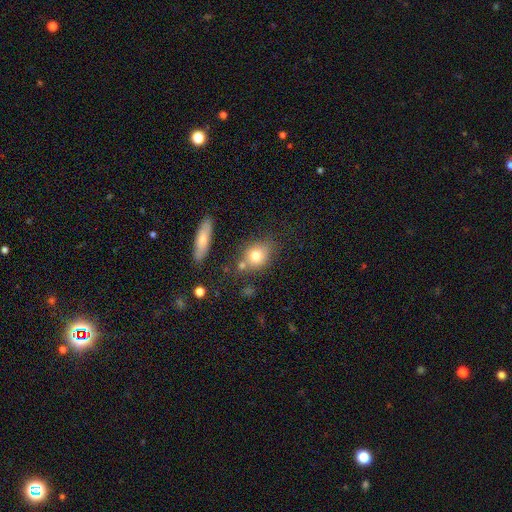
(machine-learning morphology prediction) Overall: smooth (76%). How rounded: round (51%; in between 46%). Merging: none (65%).